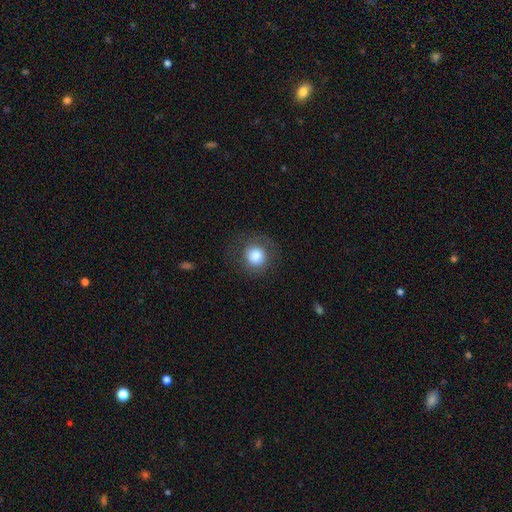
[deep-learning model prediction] Smooth or featured? Predicted: smooth (p=0.81). How rounded? Predicted: round (p=0.90). Merging? Predicted: none (p=0.79).